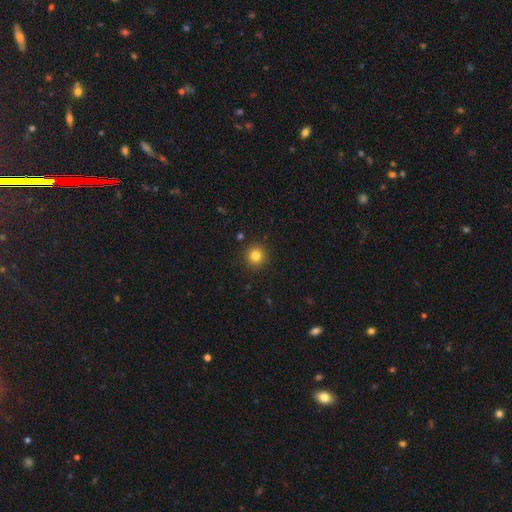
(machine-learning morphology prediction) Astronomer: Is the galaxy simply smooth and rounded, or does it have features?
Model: smooth — 82%.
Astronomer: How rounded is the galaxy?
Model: round — 95%.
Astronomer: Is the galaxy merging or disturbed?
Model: none — 92%.